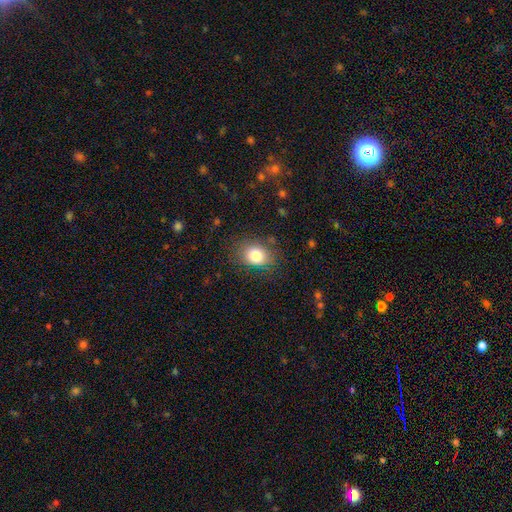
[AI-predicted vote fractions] Smooth or featured? smooth (82%)
How rounded? in between (56%)
Merging? none (78%)